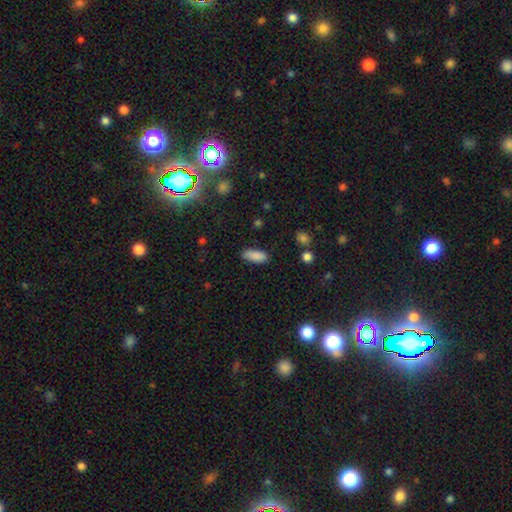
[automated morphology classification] Smooth or featured: smooth — 88% (star or artifact — 8%)
How rounded: in between — 77% (cigar-shaped — 21%)
Merging: none — 84% (minor disturbance — 12%)